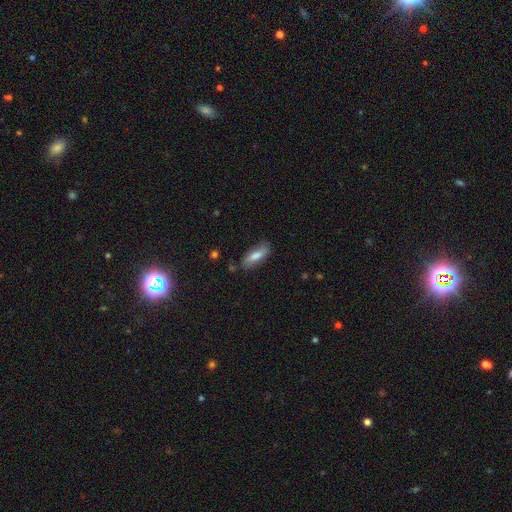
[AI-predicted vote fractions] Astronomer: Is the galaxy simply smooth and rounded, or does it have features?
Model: smooth — 75%.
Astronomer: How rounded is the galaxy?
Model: in between — 64%.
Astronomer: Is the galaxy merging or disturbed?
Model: none — 76%.